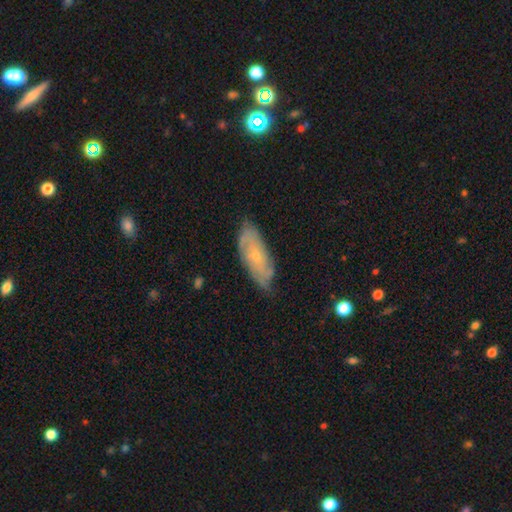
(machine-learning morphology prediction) featured or disk 61%, smooth 32%, star or artifact 7%. Down the decision tree: edge-on disk — no (85%); bar — no (80%); spiral arms — yes (79%); bulge size — small (75%); merging — none (74%).